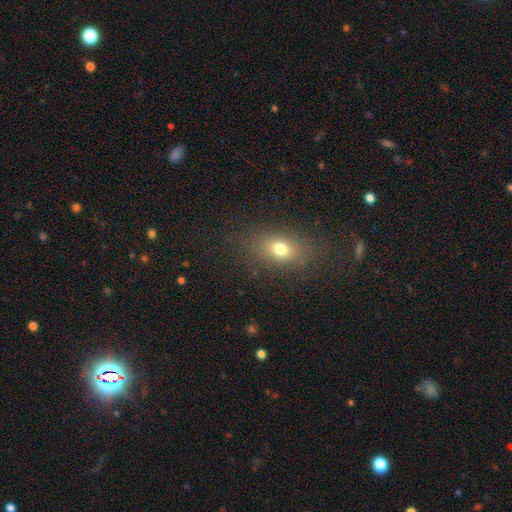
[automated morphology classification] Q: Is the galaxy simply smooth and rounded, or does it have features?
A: smooth — 62%.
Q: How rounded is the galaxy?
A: in between — 70%.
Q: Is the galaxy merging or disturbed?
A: none — 86%.